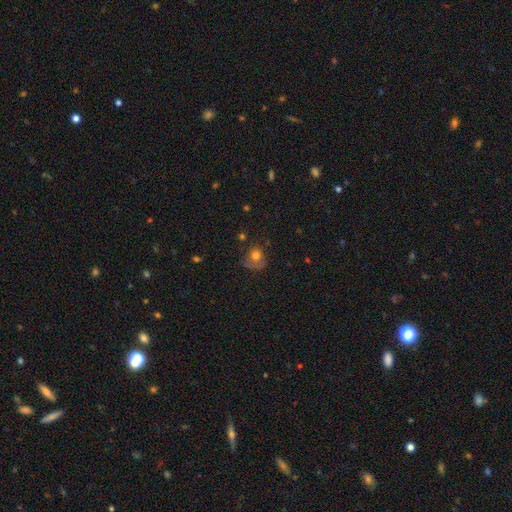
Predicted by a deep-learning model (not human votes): This is likely a smooth galaxy (71%). How rounded: likely round (74%). Merging: marginally none (39%).